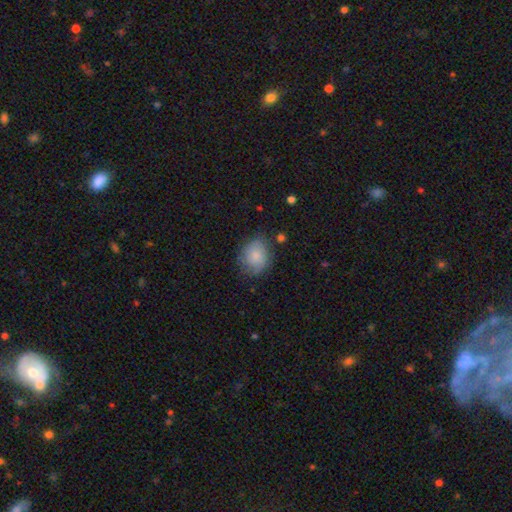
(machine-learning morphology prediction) Overall: smooth (77%). How rounded: round (57%; in between 42%). Merging: none (66%).